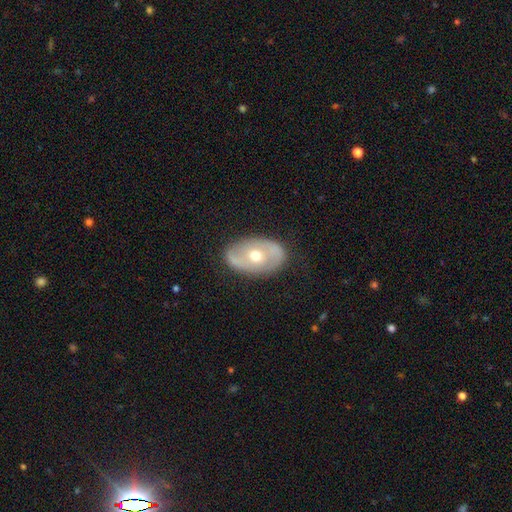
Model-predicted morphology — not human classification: type=featured or disk (63%); edge-on=no (92%); bar=no (70%); spiral arms=yes (51%); bulge=moderate (69%); merging=none (81%).